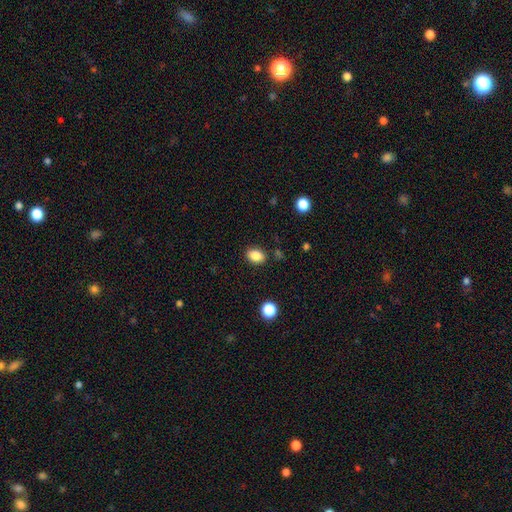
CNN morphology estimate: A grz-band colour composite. It shows a smooth galaxy with no disk features (86%) that is in between round and cigar-shaped (76%). Merging: none (86%).